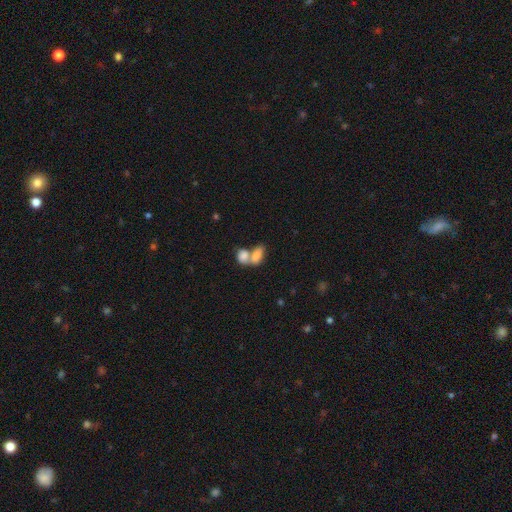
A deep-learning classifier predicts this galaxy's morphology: type=smooth (80%); roundness=in between (86%); merging=merger (68%).